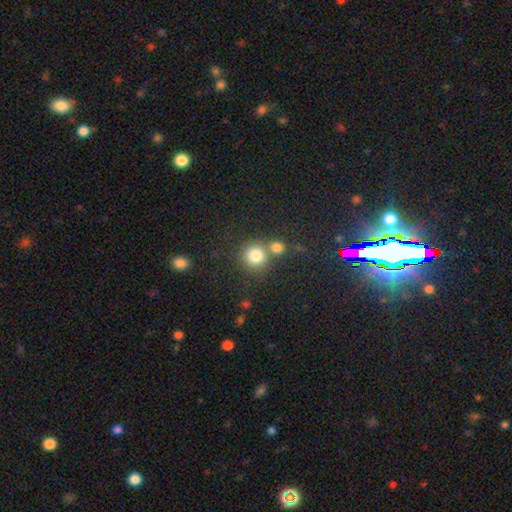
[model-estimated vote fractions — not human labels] The model was most divided on "merging": none: 57%, merger: 32%, minor disturbance: 8%, major disturbance: 3%. More confident: how rounded — round (90%); smooth or featured — smooth (80%).